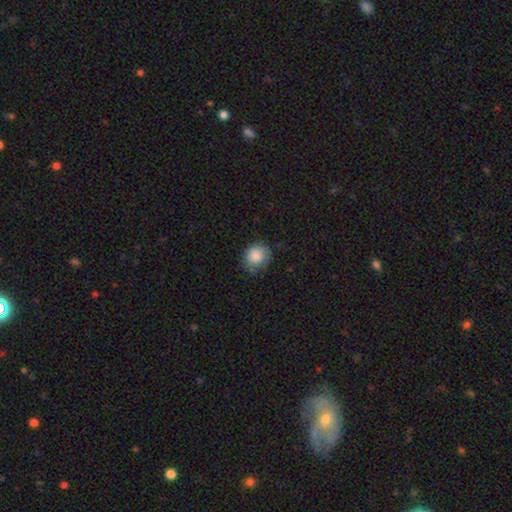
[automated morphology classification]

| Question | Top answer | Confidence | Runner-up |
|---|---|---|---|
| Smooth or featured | smooth | 85% | star or artifact (8%) |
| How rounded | round | 80% | in between (19%) |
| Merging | none | 67% | minor disturbance (25%) |